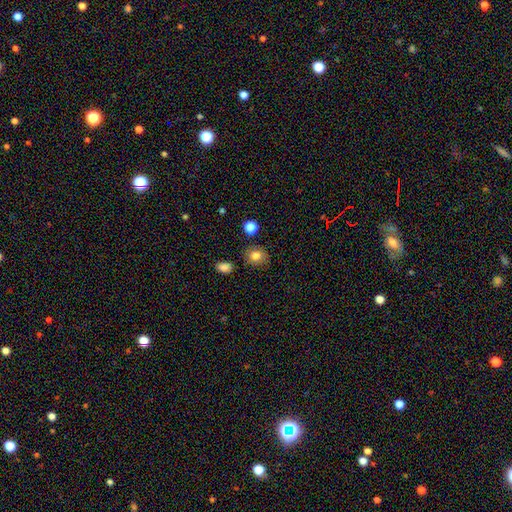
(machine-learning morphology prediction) smooth 81%, star or artifact 11%, featured or disk 9%. Down the decision tree: how rounded — round (69%); merging — none (85%).